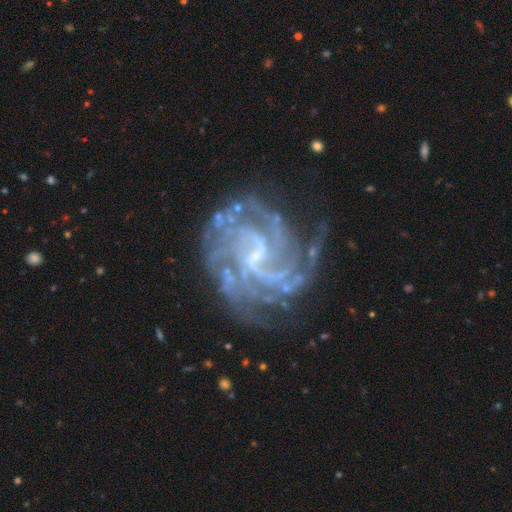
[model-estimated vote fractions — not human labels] smooth-or-featured: featured or disk: 90% | star or artifact: 6% | smooth: 3%
  disk-edge-on: no: 98% | yes: 2%
    bar: weak: 55% | no: 23% | strong: 22%
    has-spiral-arms: yes: 97% | no: 3%
      spiral-winding: tight: 51% | medium: 40% | loose: 9%
      spiral-arm-count: can't tell: 24% | 4: 22% | 3: 19% | 2: 15% | more than 4: 12% | 1: 9%
    bulge-size: small: 53% | none: 29% | moderate: 16% | large: 1% | dominant: 1%
  merging: none: 68% | minor disturbance: 17% | major disturbance: 13% | merger: 2%